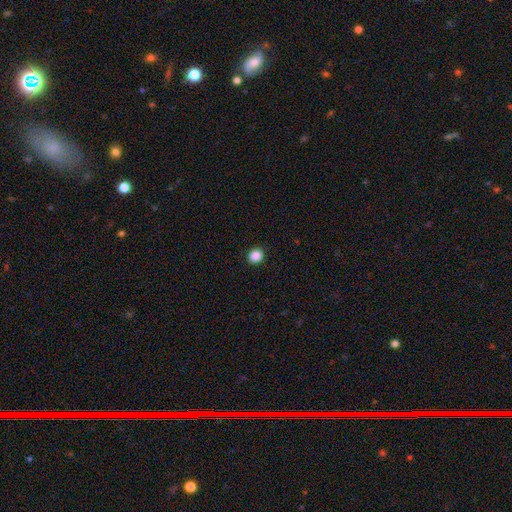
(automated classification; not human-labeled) Q: Smooth or featured?
A: smooth (88%); runner-up: star or artifact (10%)
Q: How rounded?
A: round (82%); runner-up: in between (17%)
Q: Merging?
A: none (92%); runner-up: minor disturbance (5%)